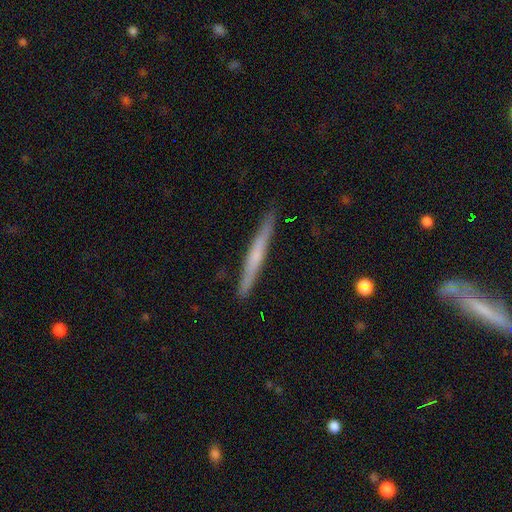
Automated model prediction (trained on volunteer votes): Overall: featured or disk (51%; smooth 43%). Edge-on disk: yes (97%). Merging: none (90%).